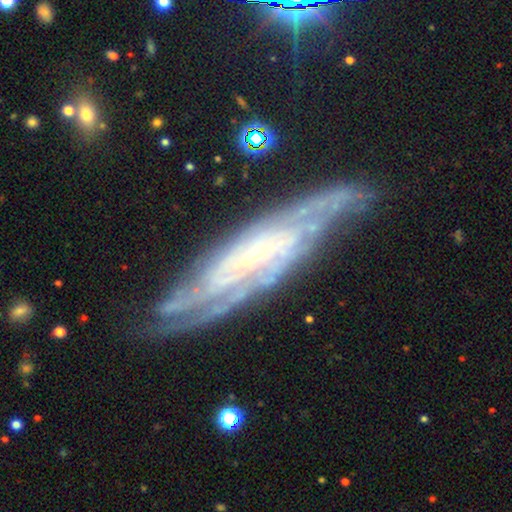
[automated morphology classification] type=featured or disk (87%); edge-on=no (78%); bar=no (43%); spiral arms=yes (97%); winding=tight (64%); arm count=can't tell (33%); bulge=small (77%); merging=none (74%).